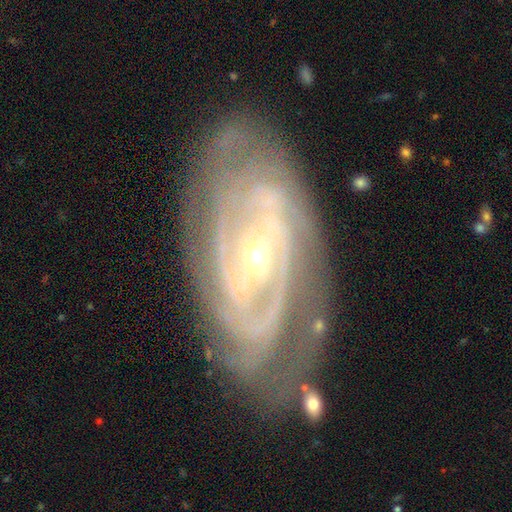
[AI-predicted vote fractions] Morphology: type=featured or disk (90%); edge-on=no (95%); bar=no (47%); spiral arms=yes (96%); winding=tight (72%); arm count=2 (28%, tied with can't tell); bulge=small (70%); merging=none (75%).